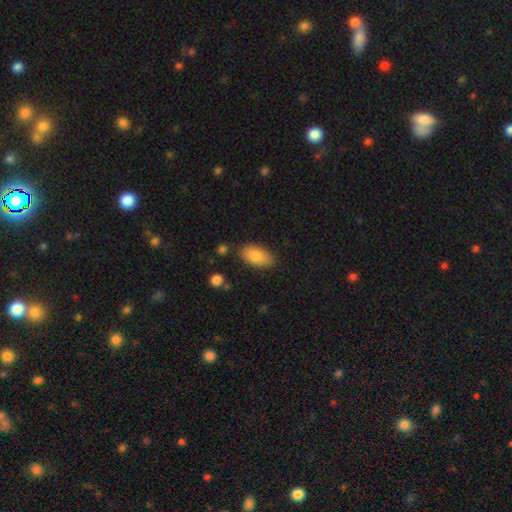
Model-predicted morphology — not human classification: The model was most divided on "merging": none: 79%, minor disturbance: 15%, merger: 3%, major disturbance: 3%. More confident: how rounded — in between (93%); smooth or featured — smooth (82%).